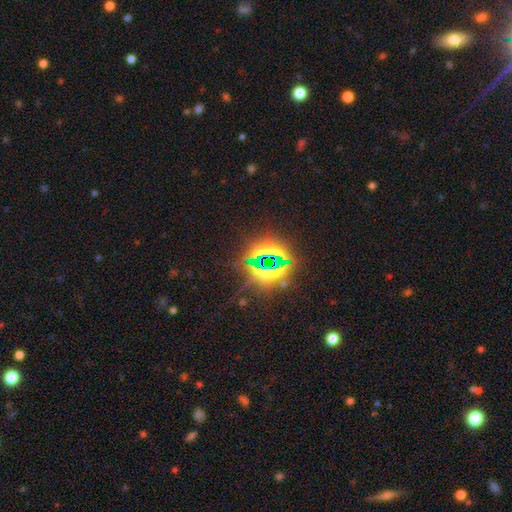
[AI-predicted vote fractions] Overall: star or artifact (80%).